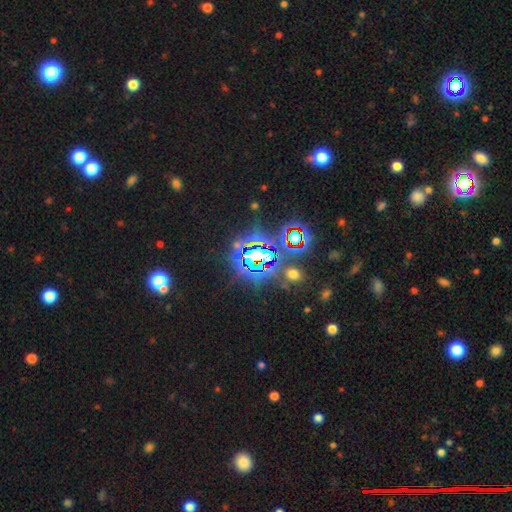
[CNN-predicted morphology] Smooth or featured? star or artifact (77%)